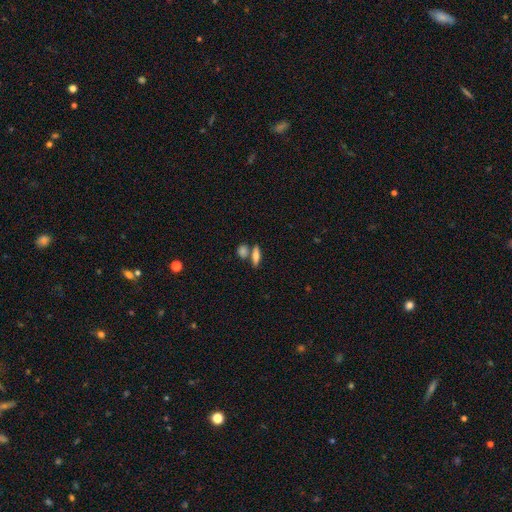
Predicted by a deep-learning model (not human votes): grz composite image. It shows a smooth galaxy with no disk features (68%) that is in between round and cigar-shaped (49%). Merging: none (61%).